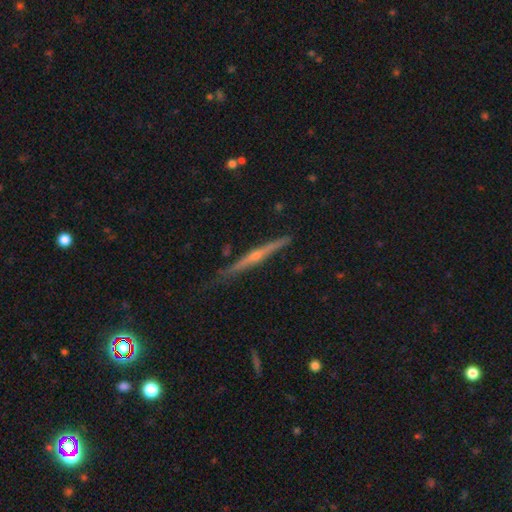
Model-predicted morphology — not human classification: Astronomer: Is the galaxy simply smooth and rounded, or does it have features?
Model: featured or disk — 78%.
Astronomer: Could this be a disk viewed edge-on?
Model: yes — 98%.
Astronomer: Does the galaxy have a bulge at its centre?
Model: rounded — 80%.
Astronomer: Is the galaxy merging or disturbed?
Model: none — 81%.